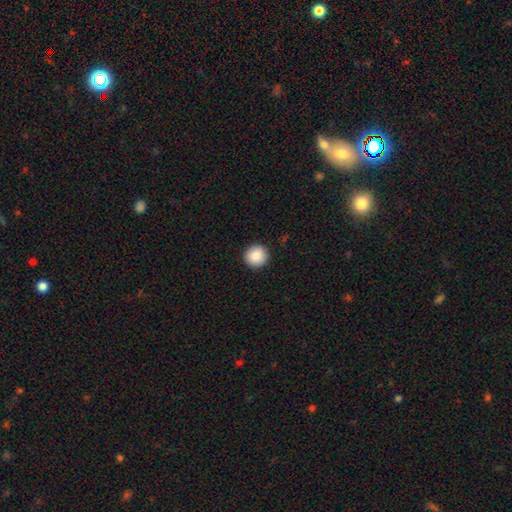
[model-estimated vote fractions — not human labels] smooth 88%, star or artifact 8%, featured or disk 4%. Down the decision tree: how rounded — round (94%); merging — none (93%).